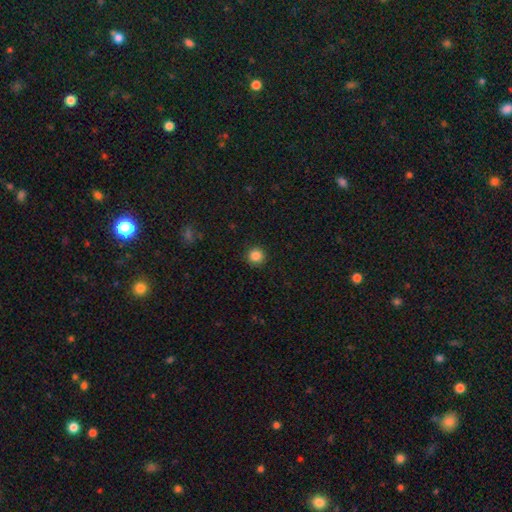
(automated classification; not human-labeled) Q: Smooth or featured?
A: smooth (86%); runner-up: star or artifact (11%)
Q: How rounded?
A: round (95%); runner-up: in between (4%)
Q: Merging?
A: none (91%); runner-up: minor disturbance (6%)